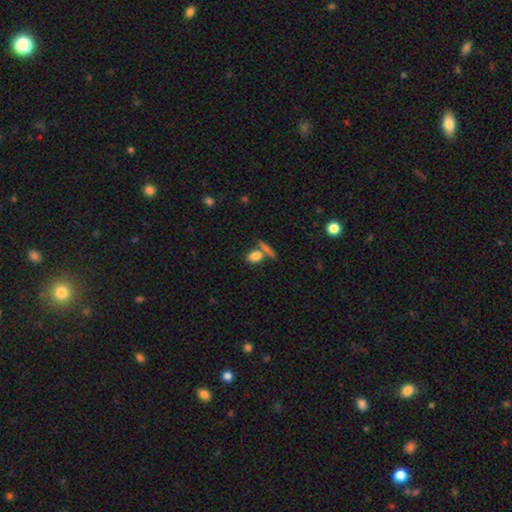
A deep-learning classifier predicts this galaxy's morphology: Q: Smooth or featured?
A: smooth (81%); runner-up: star or artifact (10%)
Q: How rounded?
A: in between (62%); runner-up: round (30%)
Q: Merging?
A: none (58%); runner-up: merger (27%)